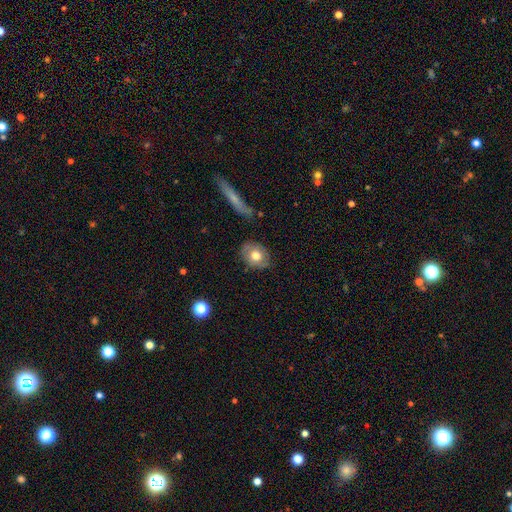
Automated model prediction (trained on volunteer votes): This appears to be a smooth galaxy with no disk features (67%) that is in between round and cigar-shaped (50%). Merging: none (80%).